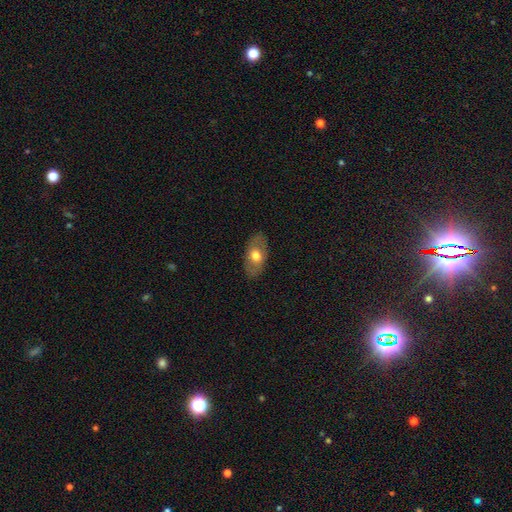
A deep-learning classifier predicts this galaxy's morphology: type=smooth (61%); roundness=in between (89%); merging=none (84%).